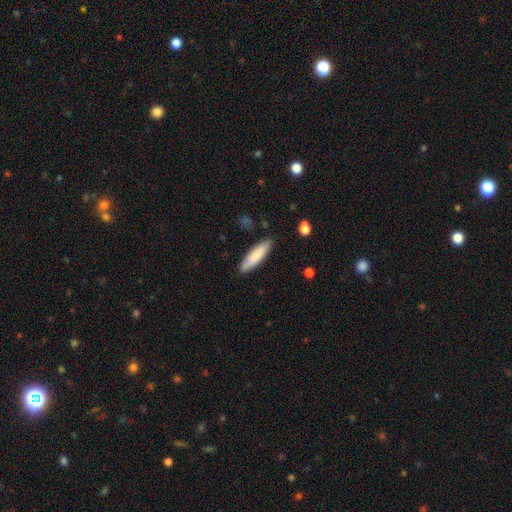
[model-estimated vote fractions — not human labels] Morphology: type=smooth (84%); roundness=cigar-shaped (71%); merging=none (87%).